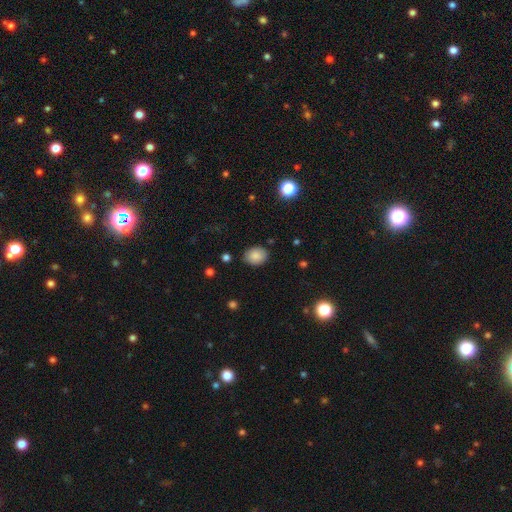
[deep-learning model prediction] Q: Smooth or featured?
A: smooth (85%); runner-up: star or artifact (9%)
Q: How rounded?
A: in between (53%); runner-up: round (46%)
Q: Merging?
A: none (85%); runner-up: minor disturbance (11%)